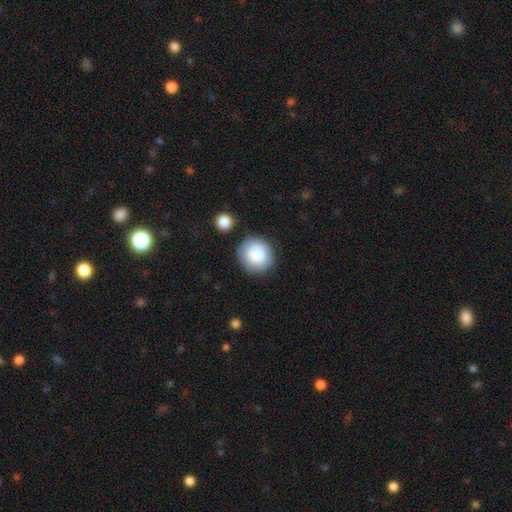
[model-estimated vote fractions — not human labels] smooth-or-featured: smooth: 81% | featured or disk: 12% | star or artifact: 7%
  how-rounded: round: 91% | in between: 8% | cigar-shaped: 1%
  merging: none: 75% | minor disturbance: 14% | merger: 6% | major disturbance: 5%